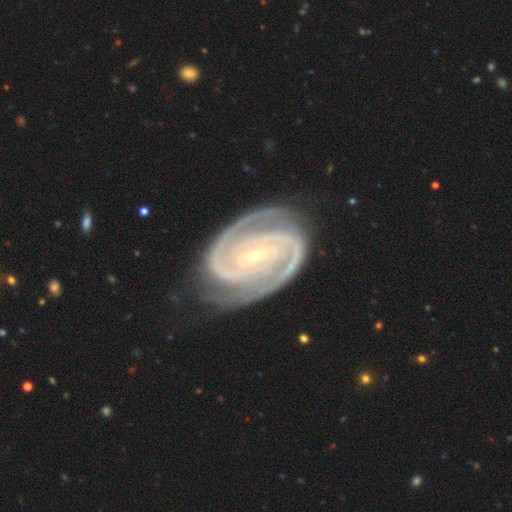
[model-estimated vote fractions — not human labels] Overall: featured or disk (94%). Edge-on disk: no (98%). Bar: no (38%; strong 34%). Spiral arms: yes (99%). Spiral arm count: 2 (80%). Spiral winding: tight (72%). Bulge size: small (86%). Merging: none (78%).